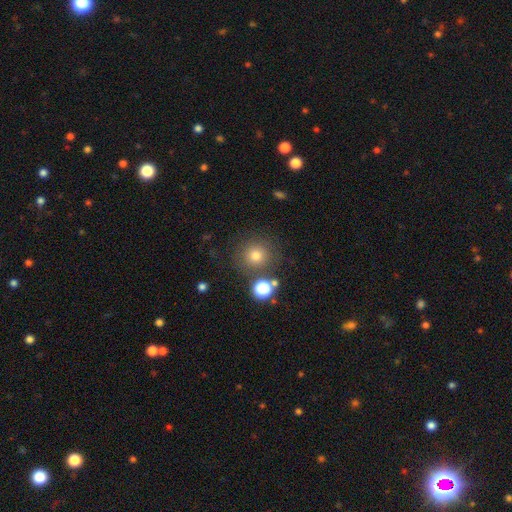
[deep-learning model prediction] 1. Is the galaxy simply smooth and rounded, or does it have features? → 75% smooth, 16% star or artifact, 9% featured or disk.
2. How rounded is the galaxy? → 92% round, 7% in between, 1% cigar-shaped.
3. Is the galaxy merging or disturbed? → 80% none, 9% minor disturbance, 8% merger, 4% major disturbance.